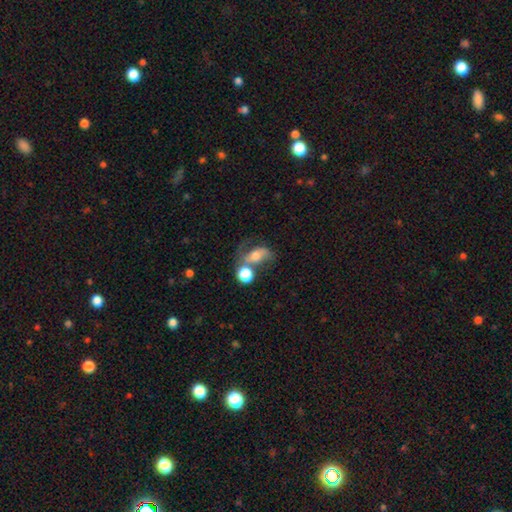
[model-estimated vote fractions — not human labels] Overall: featured or disk (46%; smooth 43%). Merging: none (34%; merger 32%).